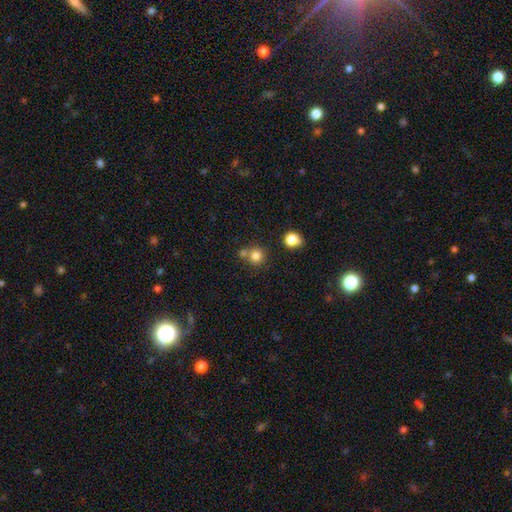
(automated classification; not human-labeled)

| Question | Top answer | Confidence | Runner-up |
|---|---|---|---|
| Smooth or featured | smooth | 80% | star or artifact (13%) |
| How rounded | round | 91% | in between (9%) |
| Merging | none | 64% | merger (25%) |